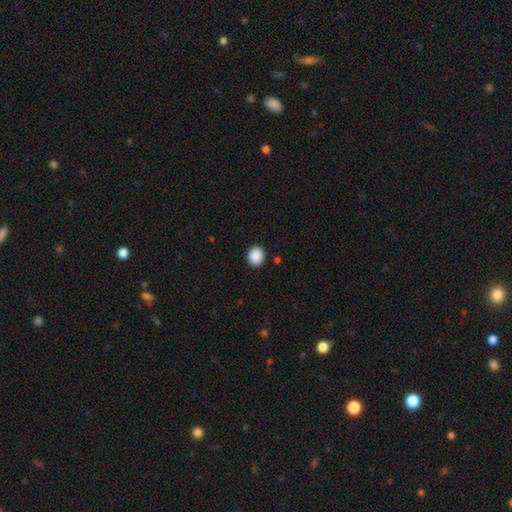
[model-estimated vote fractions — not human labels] smooth 90%, star or artifact 8%, featured or disk 2%. Down the decision tree: how rounded — round (74%); merging — none (91%).